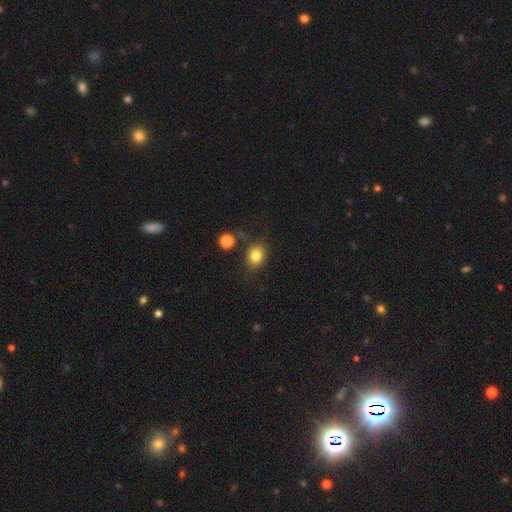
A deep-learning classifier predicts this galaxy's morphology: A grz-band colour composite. It shows a smooth galaxy with no disk features (82%) that is in between round and cigar-shaped (53%). Merging: none (77%).